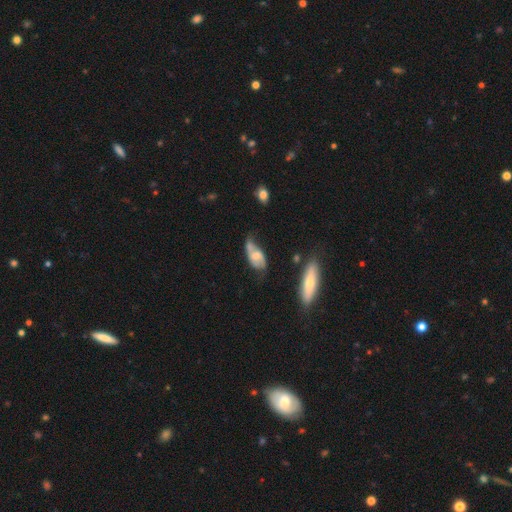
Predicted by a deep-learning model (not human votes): This appears to be a featured or disk galaxy (52%). Merging: none (35%).